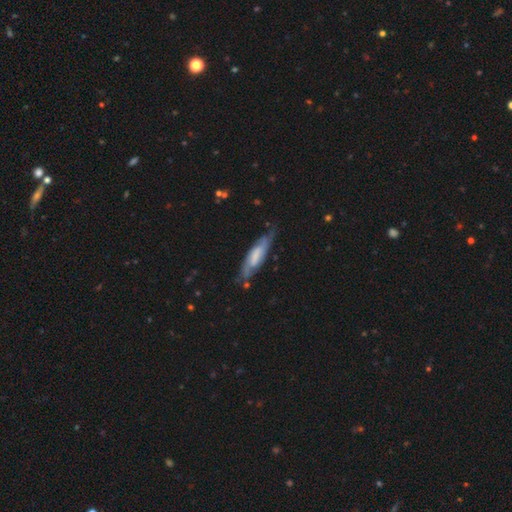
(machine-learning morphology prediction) smooth_or_featured: featured or disk (p=0.63) [alt: smooth p=0.31]
disk_edge_on: no (p=0.69) [alt: yes p=0.31]
merging: none (p=0.65) [alt: minor disturbance p=0.24]